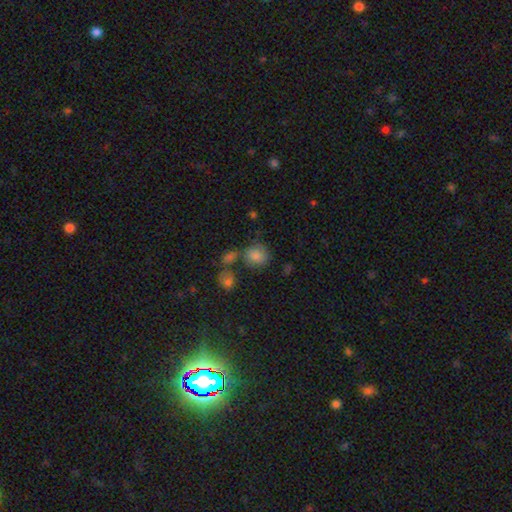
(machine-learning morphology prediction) smooth_or_featured: smooth (p=0.81) [alt: star or artifact p=0.10]
how_rounded: round (p=0.74) [alt: in between p=0.25]
merging: none (p=0.60) [alt: merger p=0.19]